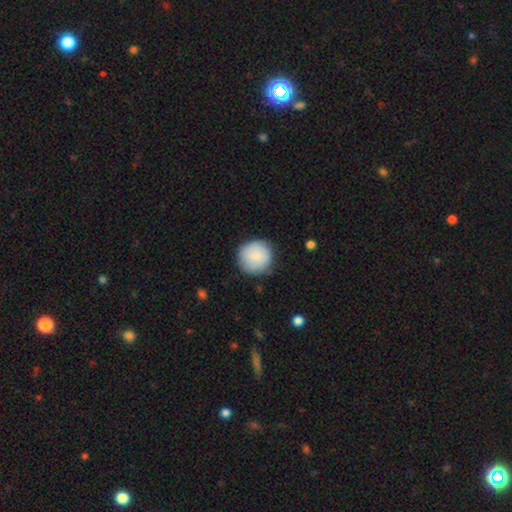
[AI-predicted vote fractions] A smooth galaxy with no disk features (83%) that is round (93%). Merging: none (81%).